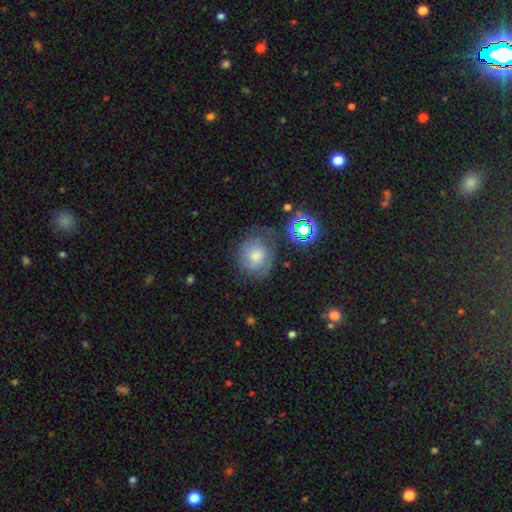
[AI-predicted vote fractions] A featured or disk galaxy (43%). Merging: none (66%).